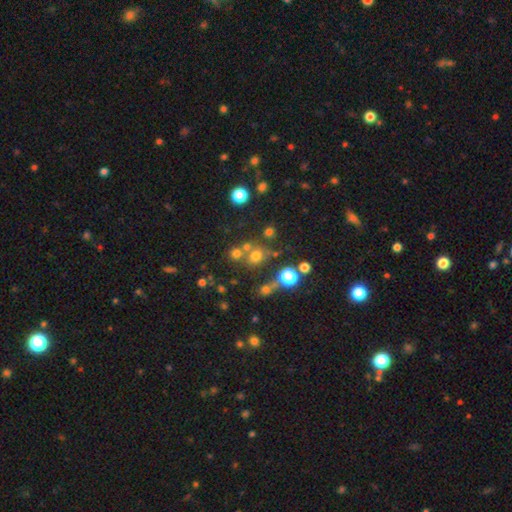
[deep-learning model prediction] Smooth or featured?
  - smooth: 63% *
  - star or artifact: 26%
  - featured or disk: 11%
How rounded?
  - round: 79% *
  - in between: 20%
  - cigar-shaped: 1%
Merging?
  - none: 60% *
  - merger: 24%
  - minor disturbance: 11%
  - major disturbance: 6%